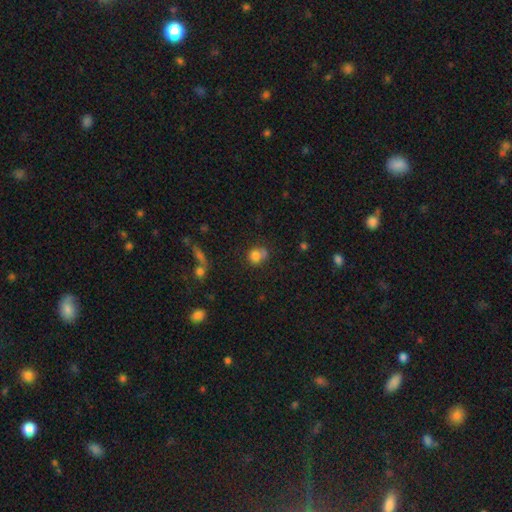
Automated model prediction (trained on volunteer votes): Smooth or featured? Predicted: smooth (p=0.78). How rounded? Predicted: round (p=0.69). Merging? Predicted: none (p=0.44).